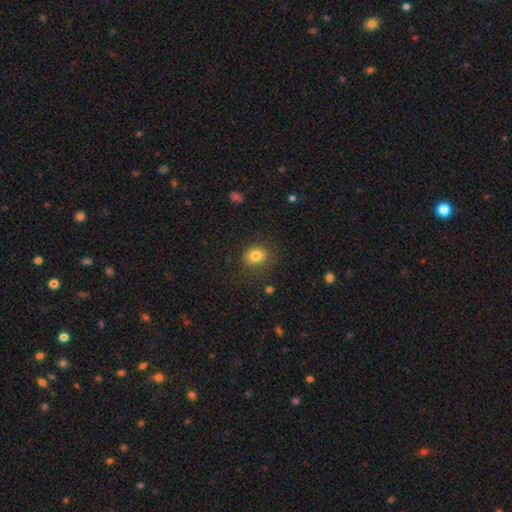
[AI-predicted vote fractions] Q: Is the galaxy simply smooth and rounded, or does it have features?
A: smooth — 82%.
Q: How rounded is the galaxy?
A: round — 66%.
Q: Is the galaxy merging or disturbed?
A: none — 83%.